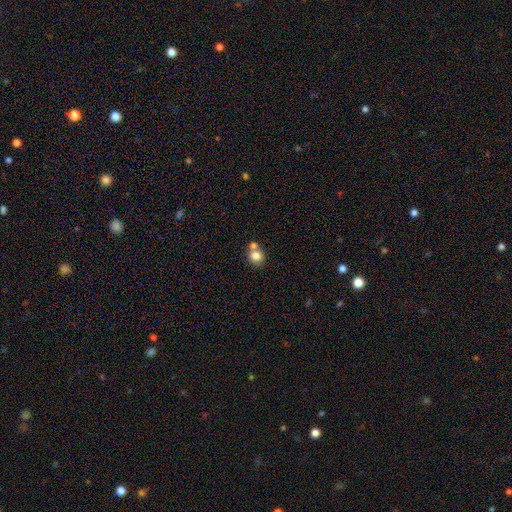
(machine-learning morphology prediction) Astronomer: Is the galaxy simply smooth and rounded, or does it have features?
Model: smooth — 80%.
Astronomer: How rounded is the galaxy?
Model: round — 82%.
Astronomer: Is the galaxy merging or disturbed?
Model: none — 52% (runner-up: merger, 37%).